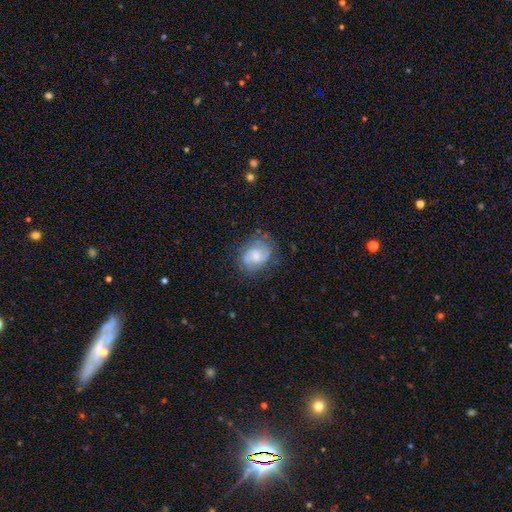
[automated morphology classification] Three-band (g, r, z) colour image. It shows a featured or disk galaxy (53%) with no bar (49%), spiral arms (84%) and a moderate central bulge (46%). Merging: none (67%).